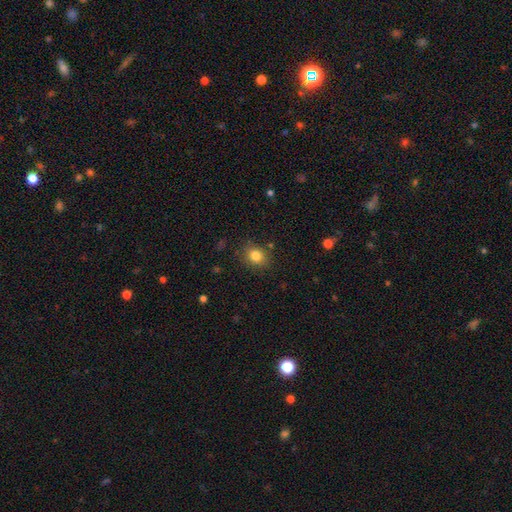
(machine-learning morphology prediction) A smooth galaxy with no disk features (81%) that is round (62%).

Vote fractions:
- Smooth or featured? smooth: 81% / star or artifact: 11% / featured or disk: 7%
- How rounded? round: 62% / in between: 37% / cigar-shaped: 1%
- Merging? none: 84% / minor disturbance: 11% / major disturbance: 3% / merger: 2%